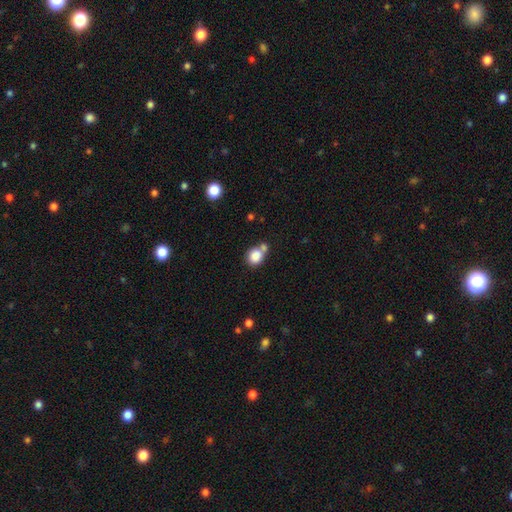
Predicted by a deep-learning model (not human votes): Smooth or featured? smooth (84%)
How rounded? round (69%)
Merging? none (47%)